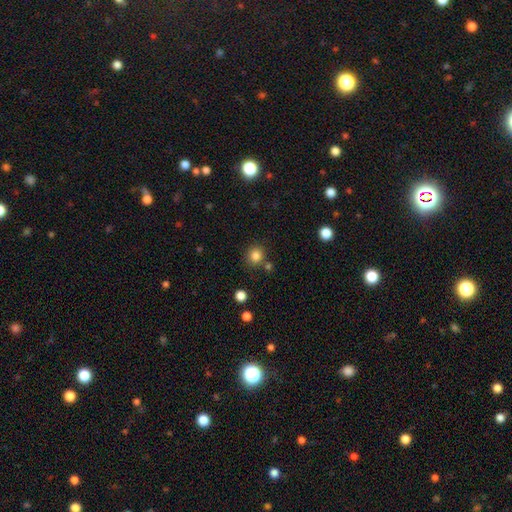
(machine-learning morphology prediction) Q: Smooth or featured?
A: smooth (83%); runner-up: star or artifact (12%)
Q: How rounded?
A: round (87%); runner-up: in between (12%)
Q: Merging?
A: none (80%); runner-up: minor disturbance (9%)